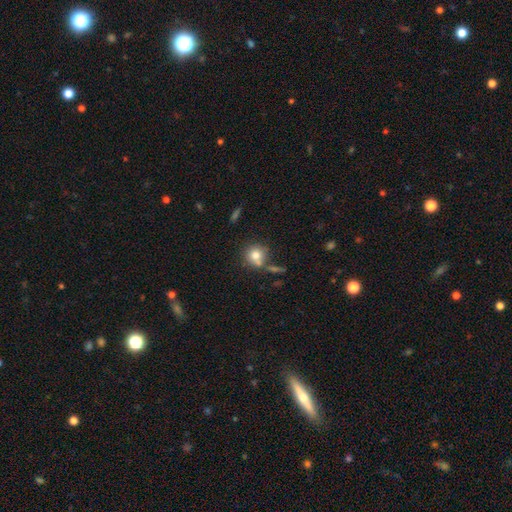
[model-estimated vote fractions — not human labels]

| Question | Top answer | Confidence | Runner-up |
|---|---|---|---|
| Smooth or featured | smooth | 77% | featured or disk (13%) |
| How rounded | round | 87% | in between (12%) |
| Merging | none | 58% | merger (23%) |